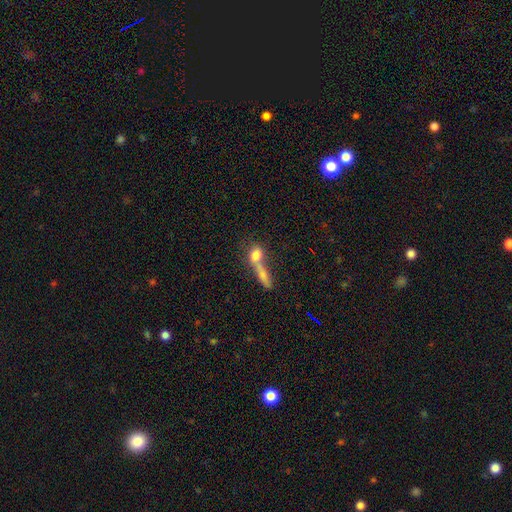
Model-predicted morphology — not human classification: smooth-or-featured: smooth: 74% | featured or disk: 16% | star or artifact: 9%
  how-rounded: round: 41% (tied) | in between: 41% (tied) | cigar-shaped: 18%
  merging: merger: 58% | none: 26% | minor disturbance: 8% | major disturbance: 8%